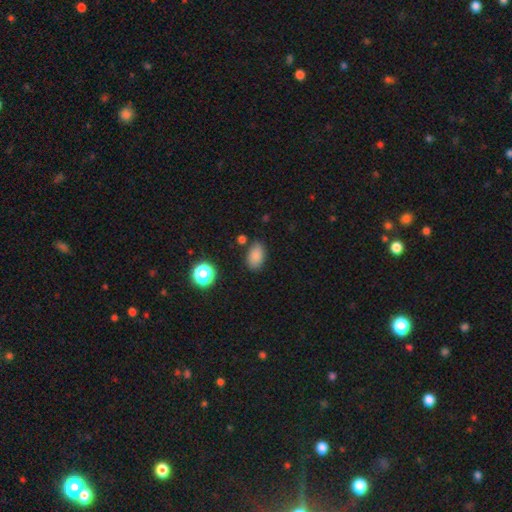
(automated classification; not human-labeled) Morphology: type=smooth (84%); roundness=in between (88%); merging=none (80%).